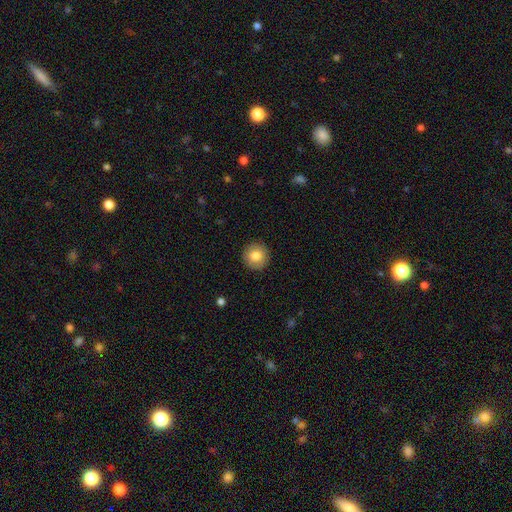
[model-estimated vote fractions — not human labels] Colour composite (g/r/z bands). It shows a smooth galaxy with no disk features (82%) that is round (94%). Merging: none (91%).